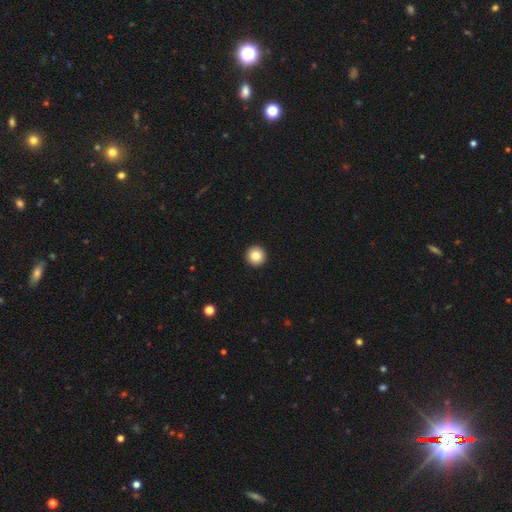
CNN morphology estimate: A smooth galaxy with no disk features (84%) that is round (96%). Merging: none (94%).